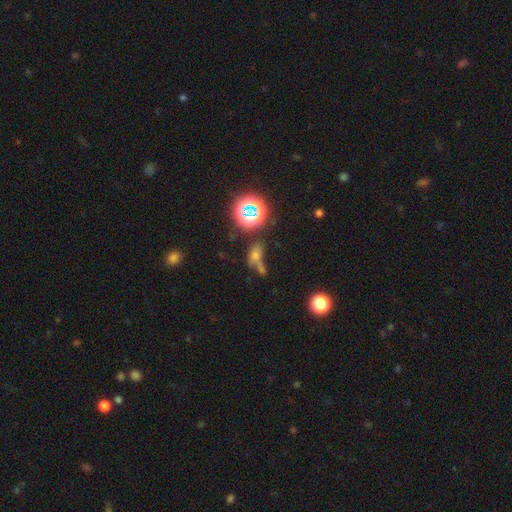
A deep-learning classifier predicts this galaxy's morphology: smooth-or-featured: smooth: 45% | star or artifact: 40% | featured or disk: 16%
  merging: none: 42% | merger: 33% | minor disturbance: 13% | major disturbance: 12%